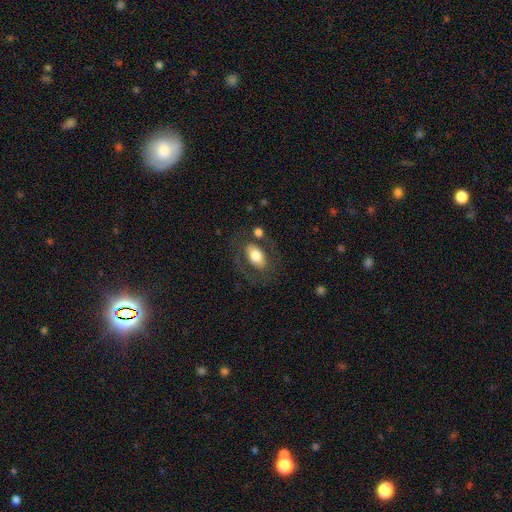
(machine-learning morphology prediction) A smooth galaxy with no disk features (60%) that is in between round and cigar-shaped (88%). Merging: none (66%).